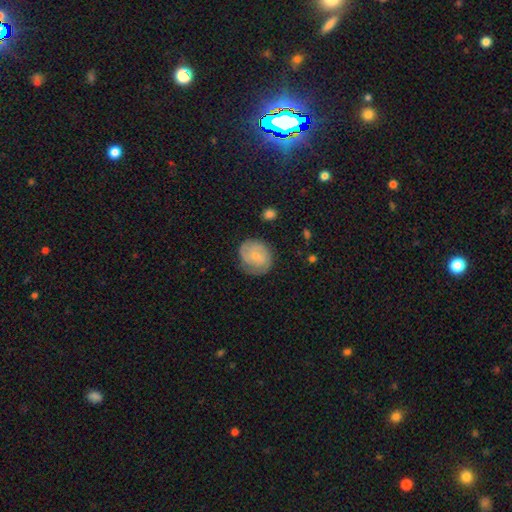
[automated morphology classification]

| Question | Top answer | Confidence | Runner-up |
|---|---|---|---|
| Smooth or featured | featured or disk | 49% | smooth (44%) |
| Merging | none | 69% | minor disturbance (22%) |